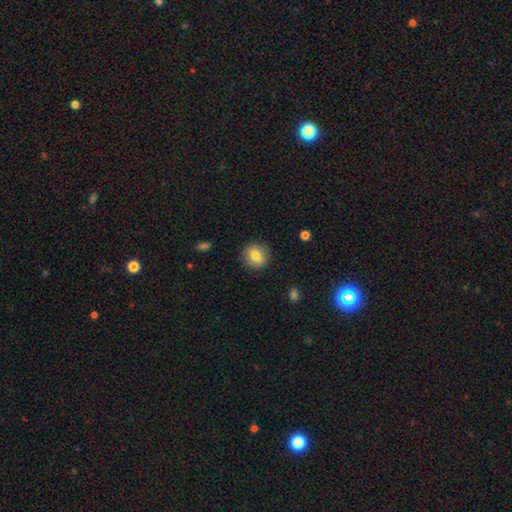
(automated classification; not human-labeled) This is likely a smooth galaxy (77%). How rounded: clearly round (81%). Merging: clearly none (87%).